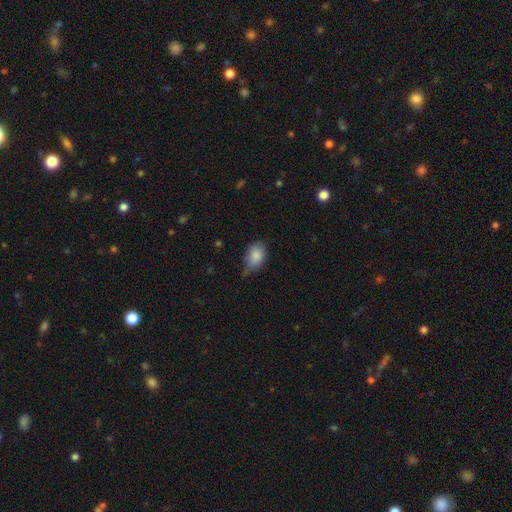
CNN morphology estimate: Smooth or featured? Predicted: smooth (p=0.85). How rounded? Predicted: in between (p=0.83). Merging? Predicted: none (p=0.49).